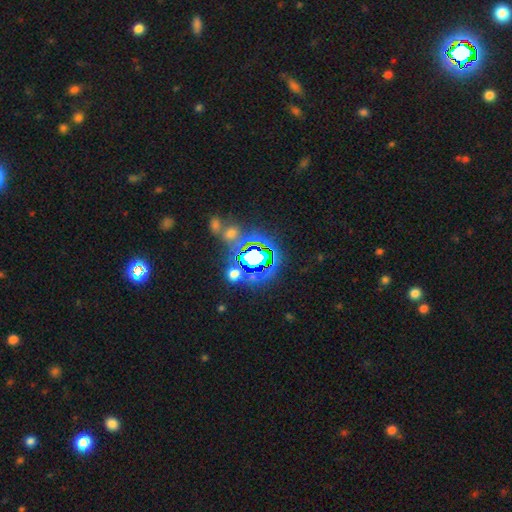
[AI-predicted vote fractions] A star or artifact, not a galaxy (74%).